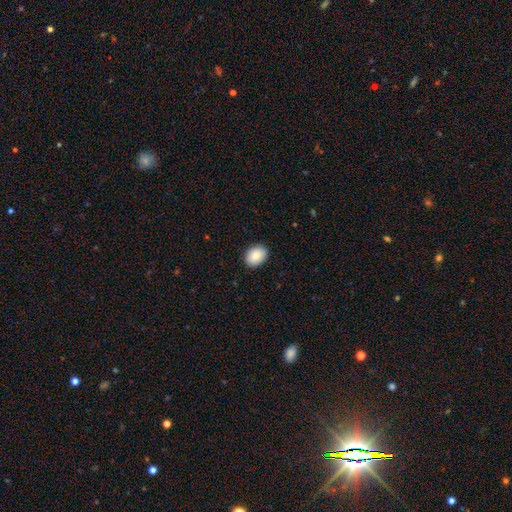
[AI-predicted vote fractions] smooth-or-featured: smooth: 86% | star or artifact: 7% | featured or disk: 7%
  how-rounded: in between: 69% | round: 30% | cigar-shaped: 1%
  merging: none: 88% | minor disturbance: 9% | major disturbance: 2% | merger: 1%